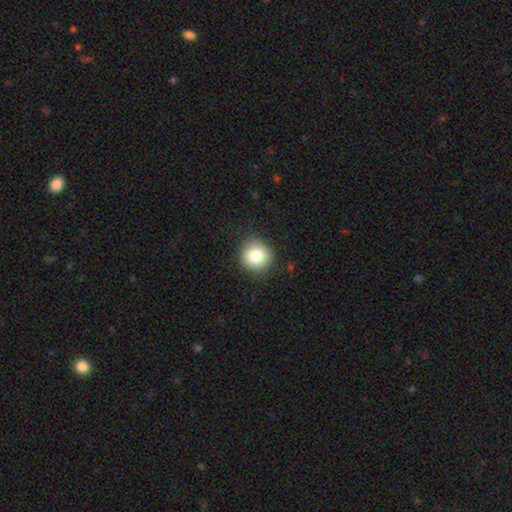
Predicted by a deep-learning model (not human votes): The model was most divided on "smooth or featured": smooth: 82%, star or artifact: 10%, featured or disk: 8%. More confident: how rounded — round (92%); merging — none (88%).